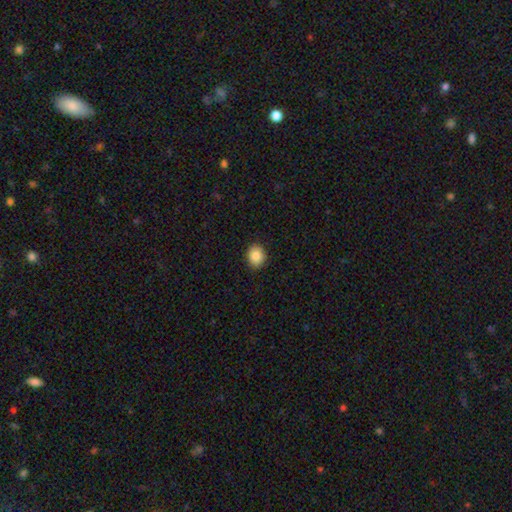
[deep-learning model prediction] Q: Smooth or featured?
A: smooth (87%); runner-up: star or artifact (9%)
Q: How rounded?
A: round (57%); runner-up: in between (42%)
Q: Merging?
A: none (89%); runner-up: minor disturbance (8%)